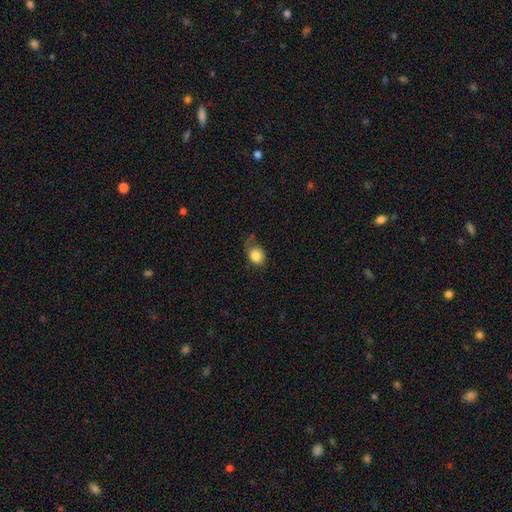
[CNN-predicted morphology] Smooth or featured? smooth (81%)
How rounded? in between (53%)
Merging? none (44%)